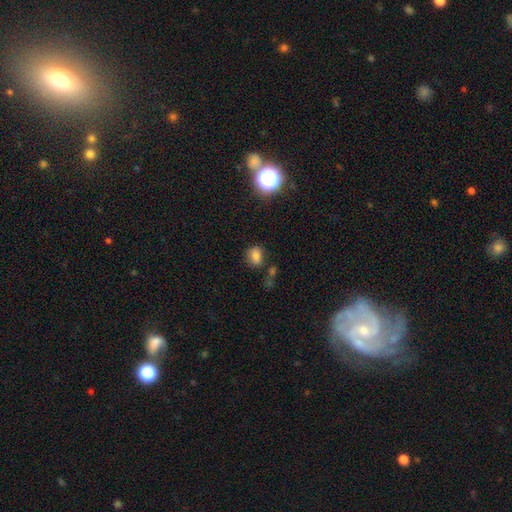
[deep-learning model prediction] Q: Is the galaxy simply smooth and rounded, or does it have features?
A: smooth — 77%.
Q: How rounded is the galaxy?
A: in between — 54%.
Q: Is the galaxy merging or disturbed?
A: none — 70%.